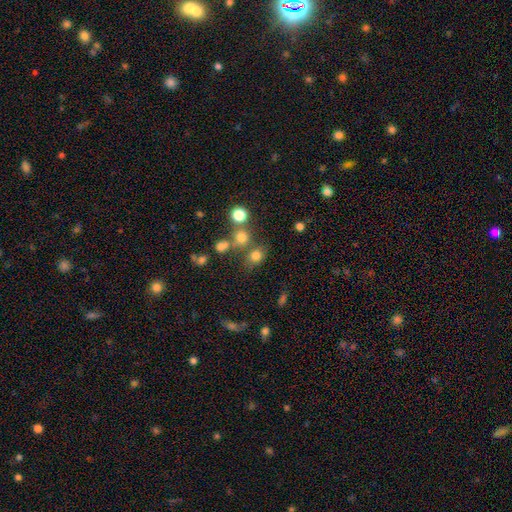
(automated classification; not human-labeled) smooth_or_featured: smooth (p=0.75) [alt: star or artifact p=0.17]
how_rounded: round (p=0.73) [alt: in between p=0.25]
merging: none (p=0.64) [alt: merger p=0.20]